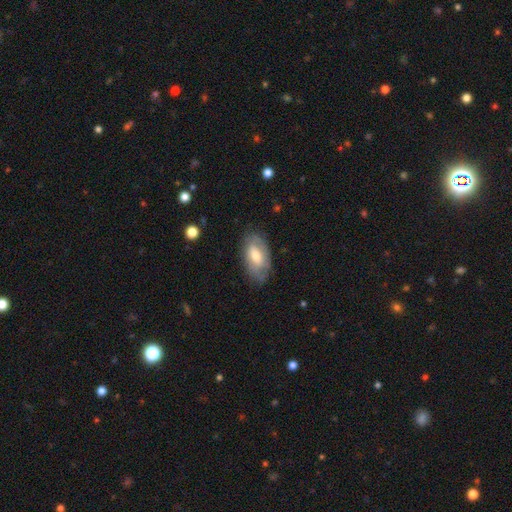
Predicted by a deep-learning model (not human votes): A smooth galaxy with no disk features (53%) that is in between round and cigar-shaped (93%). Merging: none (75%).